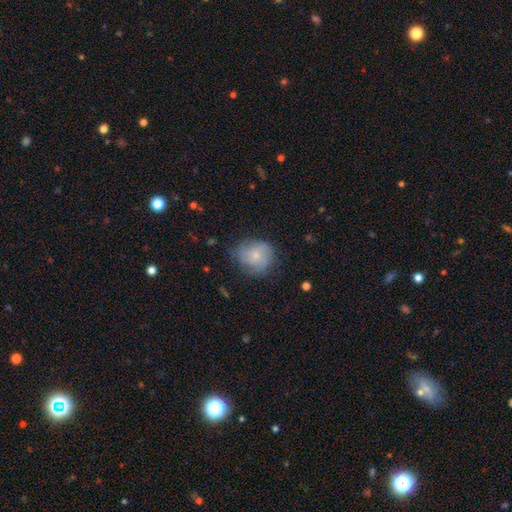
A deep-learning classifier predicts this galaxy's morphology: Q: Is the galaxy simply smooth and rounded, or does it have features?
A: smooth — 58%.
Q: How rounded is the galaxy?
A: round — 79%.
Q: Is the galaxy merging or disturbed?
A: none — 66%.